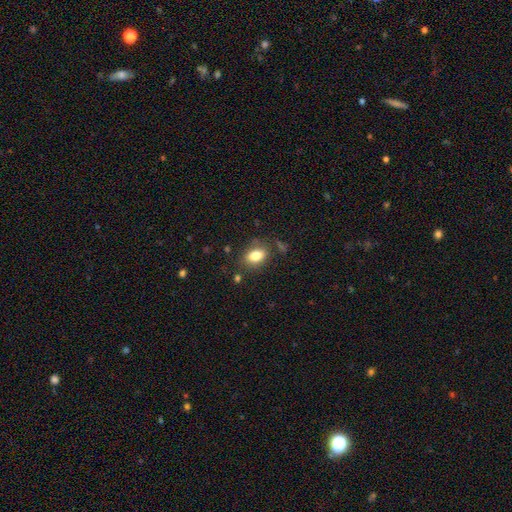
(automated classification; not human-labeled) Smooth or featured?
  - smooth: 82% *
  - star or artifact: 9%
  - featured or disk: 9%
How rounded?
  - in between: 79% *
  - round: 19%
  - cigar-shaped: 2%
Merging?
  - none: 77% *
  - minor disturbance: 15%
  - major disturbance: 5%
  - merger: 3%